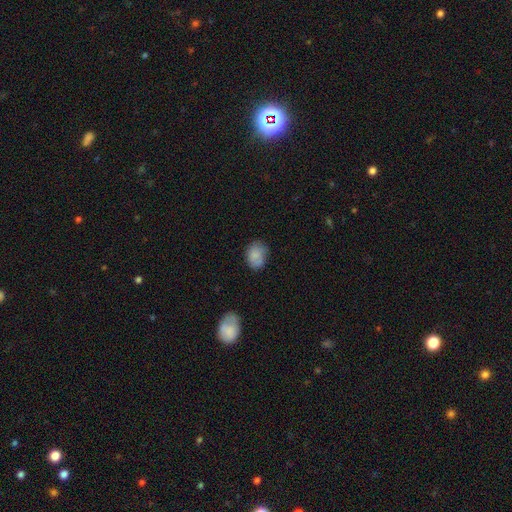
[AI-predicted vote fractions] smooth 81%, featured or disk 10%, star or artifact 9%. Down the decision tree: how rounded — in between (62%); merging — none (62%).